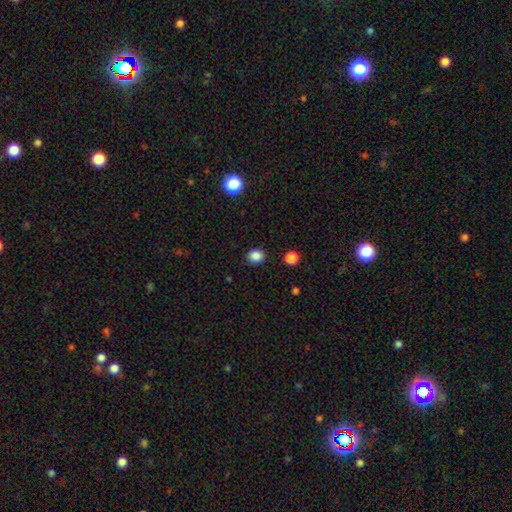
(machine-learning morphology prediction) This appears to be a smooth galaxy with no disk features (86%) that is round (74%). Merging: none (89%).